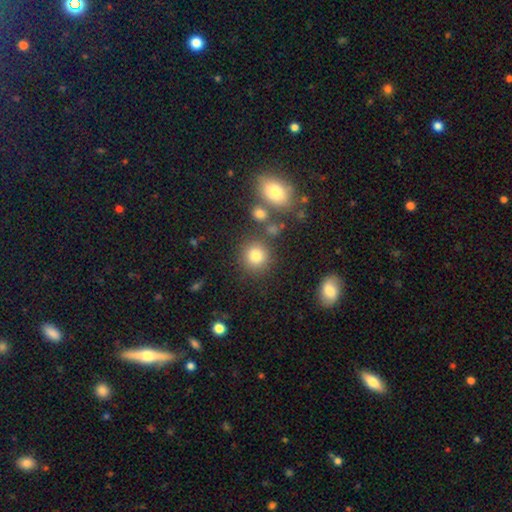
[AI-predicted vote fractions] Smooth or featured? smooth (80%)
How rounded? round (88%)
Merging? none (79%)